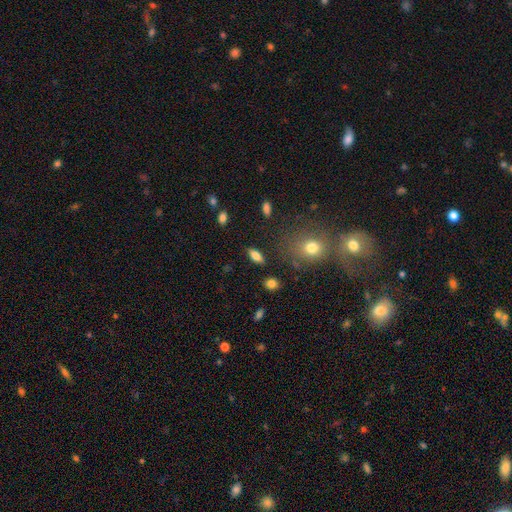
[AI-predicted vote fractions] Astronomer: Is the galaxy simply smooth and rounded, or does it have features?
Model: smooth — 73%.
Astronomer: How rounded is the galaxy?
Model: in between — 79%.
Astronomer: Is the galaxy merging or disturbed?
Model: none — 84%.